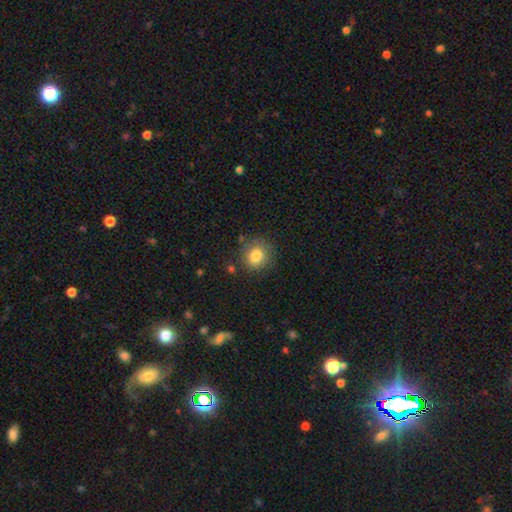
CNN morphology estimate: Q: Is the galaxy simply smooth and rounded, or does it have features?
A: smooth — 83%.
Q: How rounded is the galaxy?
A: round — 82%.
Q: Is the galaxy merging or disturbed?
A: none — 80%.